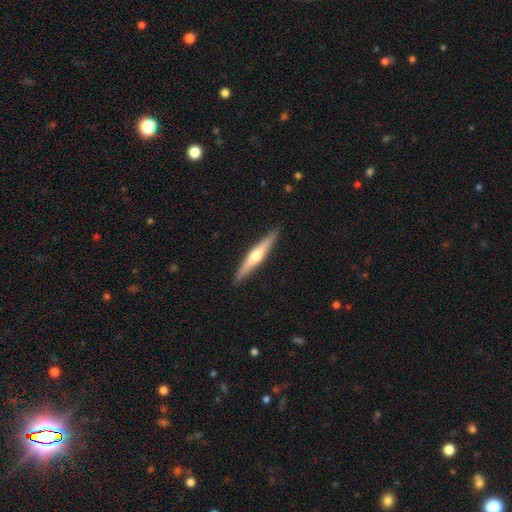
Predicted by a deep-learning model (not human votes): Smooth or featured? featured or disk (59%)
Edge-on disk? yes (97%)
Edge-on bulge? rounded (86%)
Merging? none (91%)